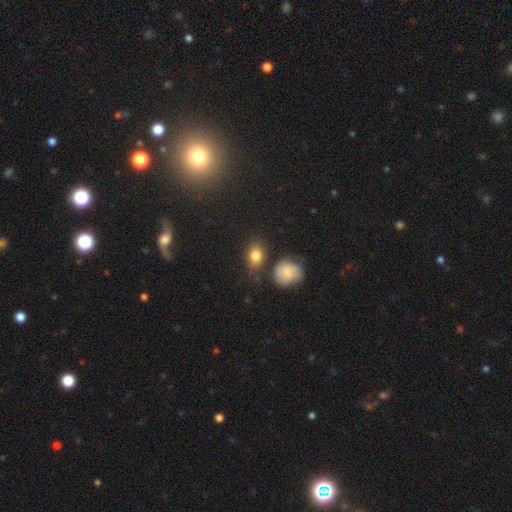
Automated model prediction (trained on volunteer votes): A smooth galaxy with no disk features (81%) that is in between round and cigar-shaped (68%).

Vote fractions:
- Smooth or featured? smooth: 81% / featured or disk: 10% / star or artifact: 9%
- How rounded? in between: 68% / round: 30% / cigar-shaped: 2%
- Merging? none: 72% / minor disturbance: 16% / merger: 7% / major disturbance: 5%